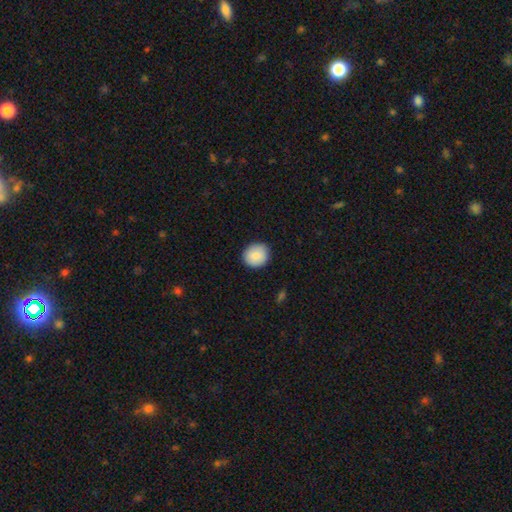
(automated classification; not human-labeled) A smooth galaxy with no disk features (86%) that is round (87%). Merging: none (89%).